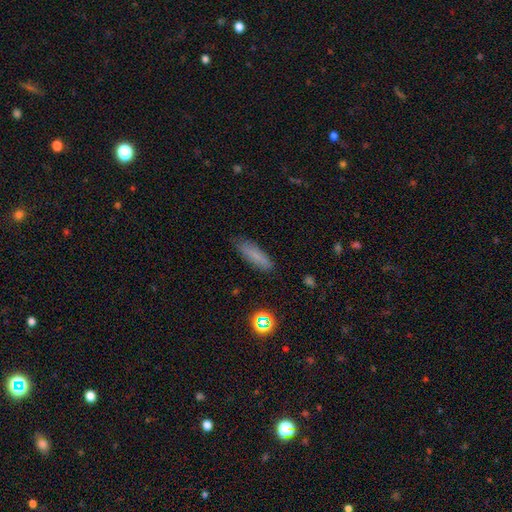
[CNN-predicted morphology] Overall: smooth (79%). How rounded: cigar-shaped (64%; in between 34%). Merging: none (82%).